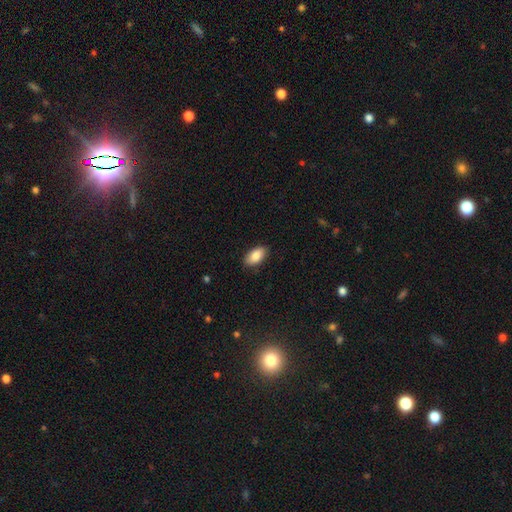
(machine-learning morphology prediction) smooth-or-featured: smooth: 86% | featured or disk: 7% | star or artifact: 7%
  how-rounded: in between: 93% | cigar-shaped: 3% | round: 3%
  merging: none: 86% | minor disturbance: 11% | major disturbance: 2% | merger: 1%